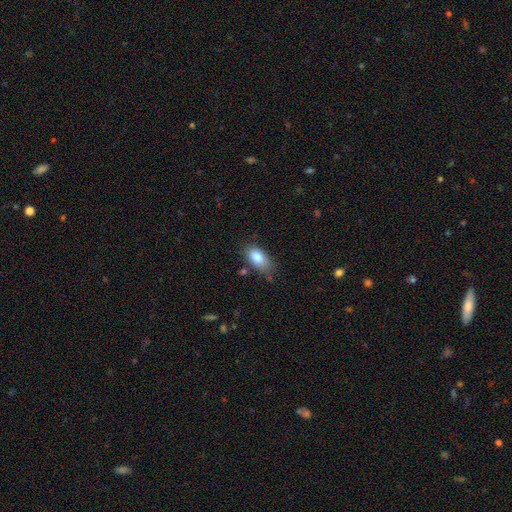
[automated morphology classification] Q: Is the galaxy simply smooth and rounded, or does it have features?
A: smooth — 83%.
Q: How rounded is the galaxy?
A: in between — 90%.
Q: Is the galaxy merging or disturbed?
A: none — 64%.